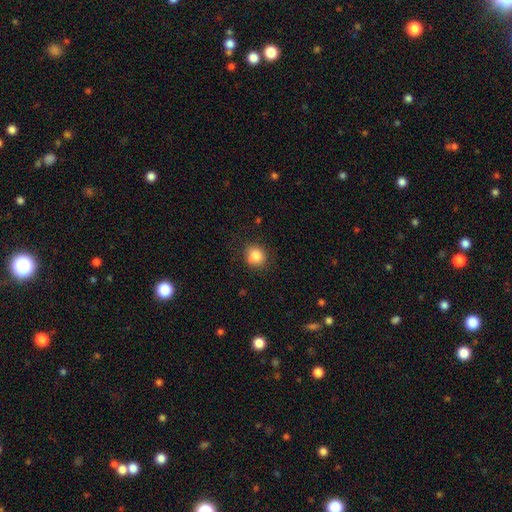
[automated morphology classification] Smooth or featured? Predicted: smooth (p=0.85). How rounded? Predicted: round (p=0.83). Merging? Predicted: none (p=0.82).